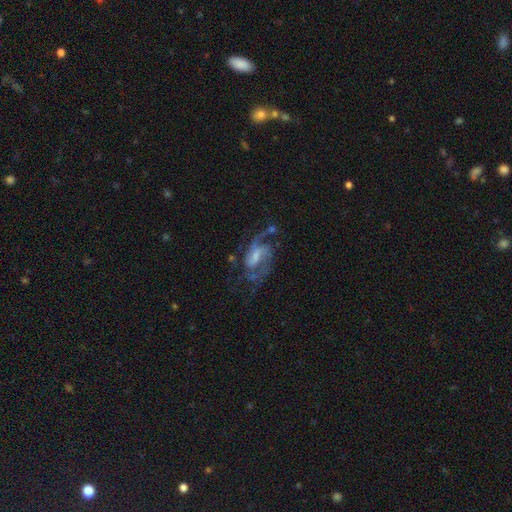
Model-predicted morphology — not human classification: Smooth or featured?
  - featured or disk: 83% *
  - smooth: 10%
  - star or artifact: 7%
Edge-on disk?
  - no: 97% *
  - yes: 3%
Bar?
  - weak: 52% *
  - no: 24%
  - strong: 24%
Spiral arms?
  - yes: 94% *
  - no: 6%
Spiral winding?
  - medium: 49% *
  - loose: 35%
  - tight: 16%
Spiral arm count?
  - 2: 66% *
  - 3: 12%
  - can't tell: 10%
  - 1: 6%
  - 4: 3%
  - more than 4: 3%
Bulge size?
  - moderate: 34% *
  - small: 32%
  - none: 21%
  - large: 11%
  - dominant: 2%
Merging?
  - none: 47% *
  - major disturbance: 28%
  - minor disturbance: 20%
  - merger: 5%